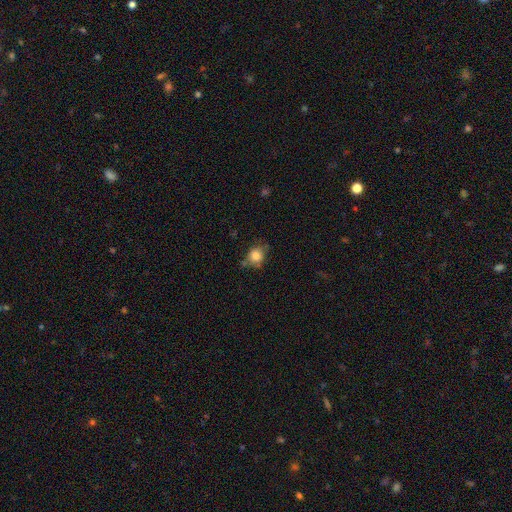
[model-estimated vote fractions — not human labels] This appears to be a smooth galaxy with no disk features (82%) that is round (71%). Merging: none (62%).